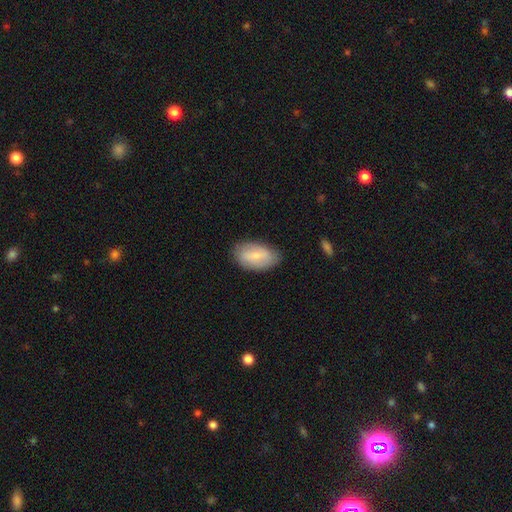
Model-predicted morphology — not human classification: The model was most divided on "smooth or featured": smooth: 62%, featured or disk: 31%, star or artifact: 6%. More confident: how rounded — in between (92%); merging — none (80%).